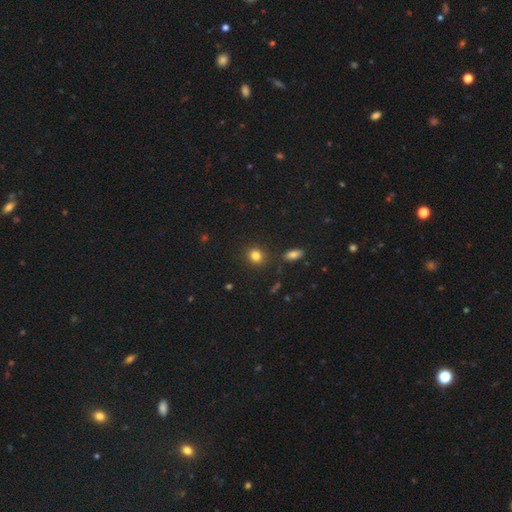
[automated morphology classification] smooth-or-featured: smooth: 82% | star or artifact: 12% | featured or disk: 6%
  how-rounded: round: 80% | in between: 19% | cigar-shaped: 1%
  merging: none: 87% | minor disturbance: 7% | merger: 3% | major disturbance: 2%